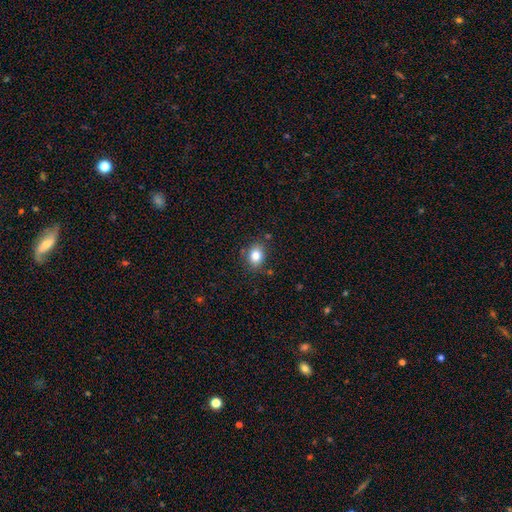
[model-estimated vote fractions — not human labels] Q: Smooth or featured?
A: smooth (82%); runner-up: star or artifact (10%)
Q: How rounded?
A: in between (62%); runner-up: round (37%)
Q: Merging?
A: none (81%); runner-up: minor disturbance (13%)